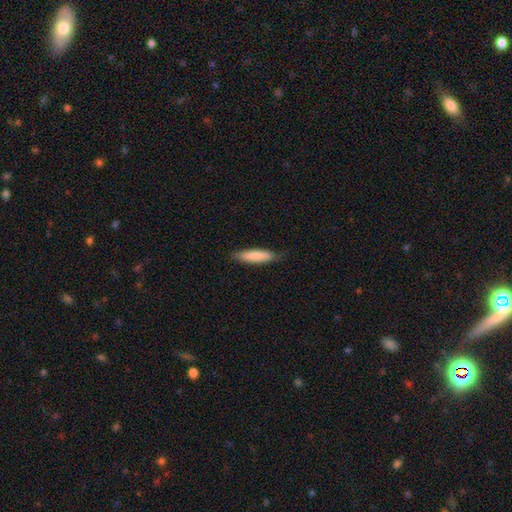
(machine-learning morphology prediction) Smooth or featured?
  - smooth: 81% *
  - featured or disk: 13%
  - star or artifact: 5%
How rounded?
  - cigar-shaped: 74% *
  - in between: 25%
  - round: 1%
Merging?
  - none: 82% *
  - minor disturbance: 15%
  - major disturbance: 2%
  - merger: 1%